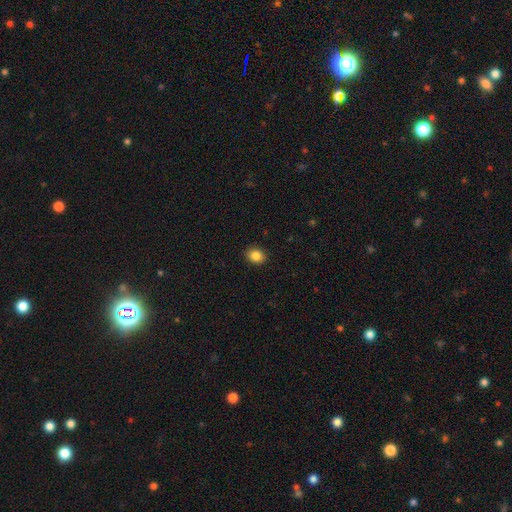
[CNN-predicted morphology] Q: Smooth or featured?
A: smooth (86%); runner-up: star or artifact (10%)
Q: How rounded?
A: round (55%); runner-up: in between (45%)
Q: Merging?
A: none (90%); runner-up: minor disturbance (7%)